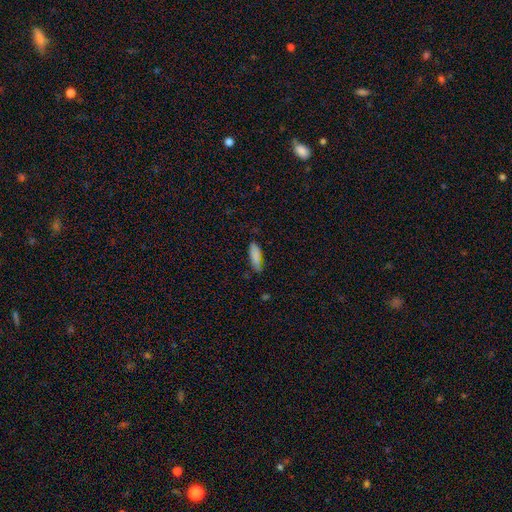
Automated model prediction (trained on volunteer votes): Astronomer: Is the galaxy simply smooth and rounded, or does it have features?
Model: smooth — 84%.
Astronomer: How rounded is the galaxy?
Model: in between — 57% (runner-up: cigar-shaped, 41%).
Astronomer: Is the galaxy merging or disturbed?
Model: none — 61%.